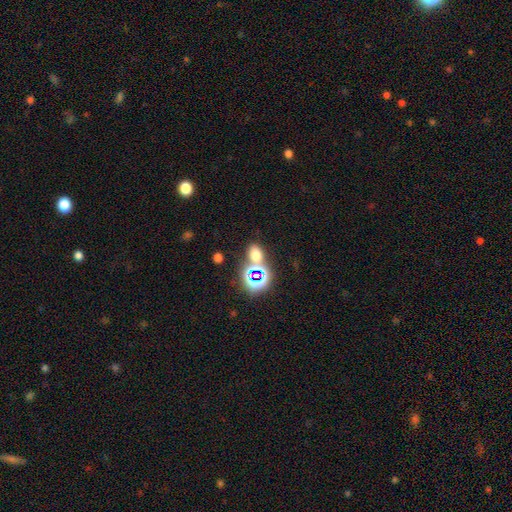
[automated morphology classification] This is possibly a smooth galaxy (57%). How rounded: likely in between (72%). Merging: likely none (64%).